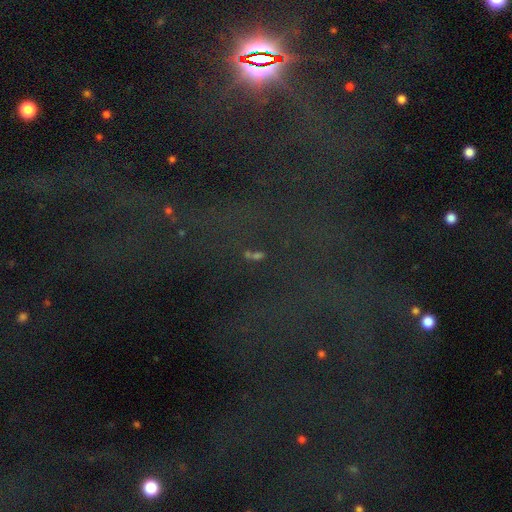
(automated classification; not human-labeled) Overall: star or artifact (67%).